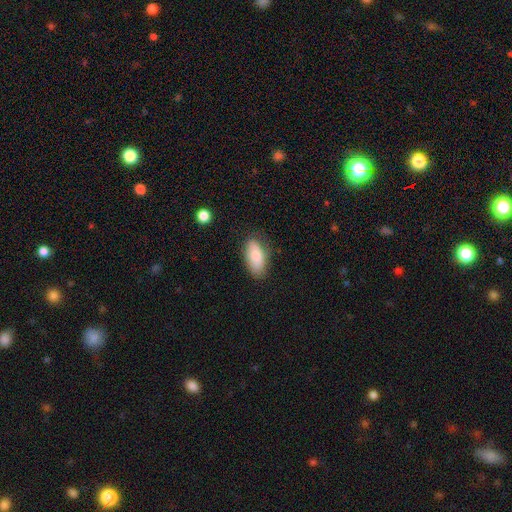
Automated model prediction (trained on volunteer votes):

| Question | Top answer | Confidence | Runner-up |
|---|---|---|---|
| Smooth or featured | smooth | 80% | featured or disk (14%) |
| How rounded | in between | 90% | cigar-shaped (7%) |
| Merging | none | 78% | minor disturbance (17%) |